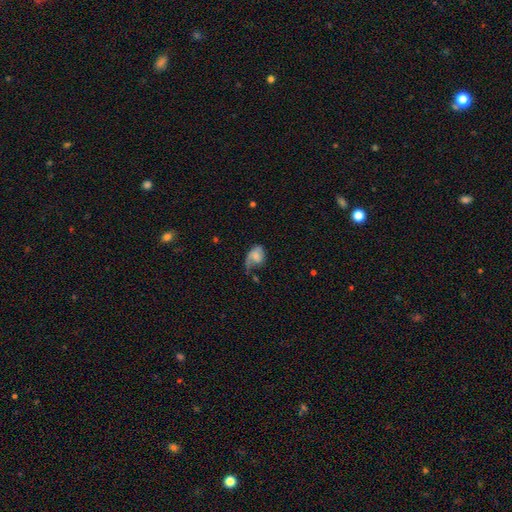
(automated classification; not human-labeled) Smooth or featured? Predicted: featured or disk (p=0.46, tied with smooth). Merging? Predicted: major disturbance (p=0.39).